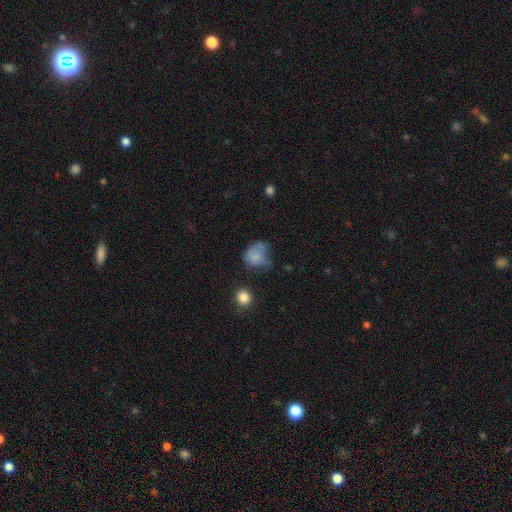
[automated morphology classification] A smooth galaxy with no disk features (69%) that is round (58%).

Vote fractions:
- Smooth or featured? smooth: 69% / featured or disk: 19% / star or artifact: 12%
- How rounded? round: 58% / in between: 41% / cigar-shaped: 1%
- Merging? none: 33% / minor disturbance: 30% / major disturbance: 26% / merger: 11%